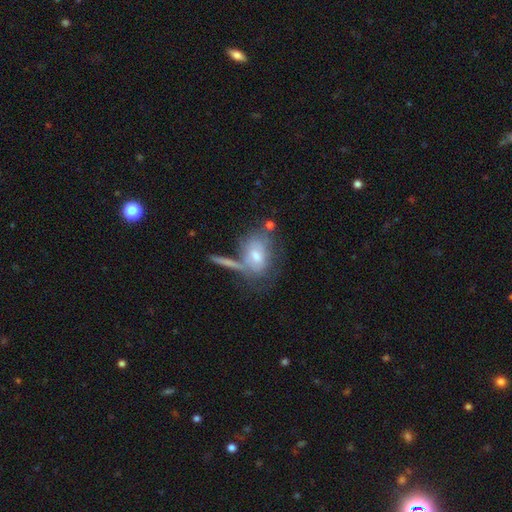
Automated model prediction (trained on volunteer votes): Smooth or featured? smooth (51%)
How rounded? in between (74%)
Merging? none (41%)